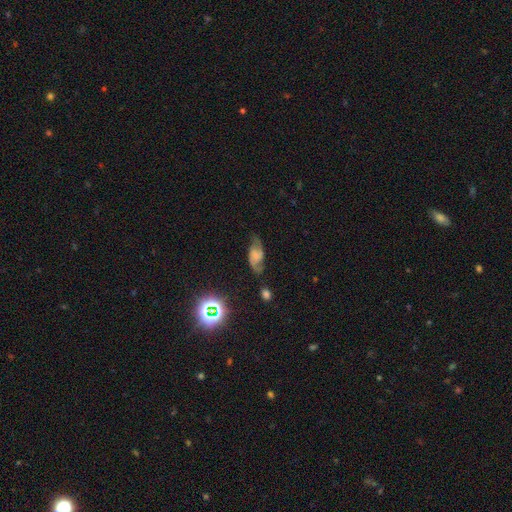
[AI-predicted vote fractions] This appears to be a featured or disk galaxy (64%) with no bar (51%), 2 (88%) medium (44%) spiral arms (91%) and no central bulge (51%). Merging: none (63%).